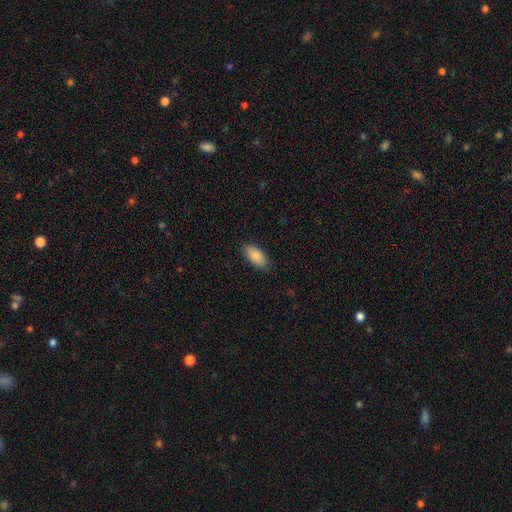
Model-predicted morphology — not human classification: The model was most divided on "merging": none: 86%, minor disturbance: 11%, major disturbance: 2%, merger: 1%. More confident: how rounded — in between (91%); smooth or featured — smooth (89%).